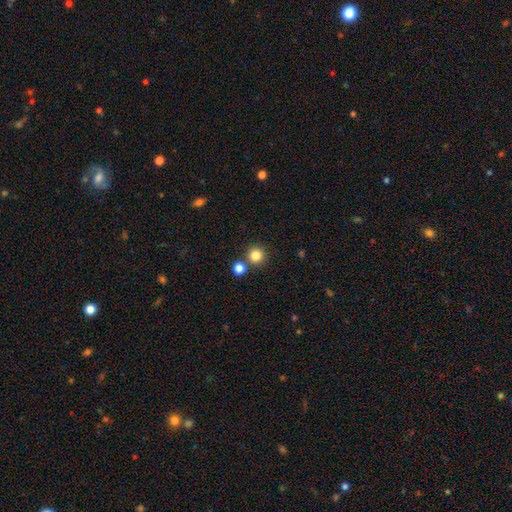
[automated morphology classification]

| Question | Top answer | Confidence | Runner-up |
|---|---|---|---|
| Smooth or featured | smooth | 83% | star or artifact (12%) |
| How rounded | round | 95% | in between (4%) |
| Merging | none | 80% | merger (12%) |